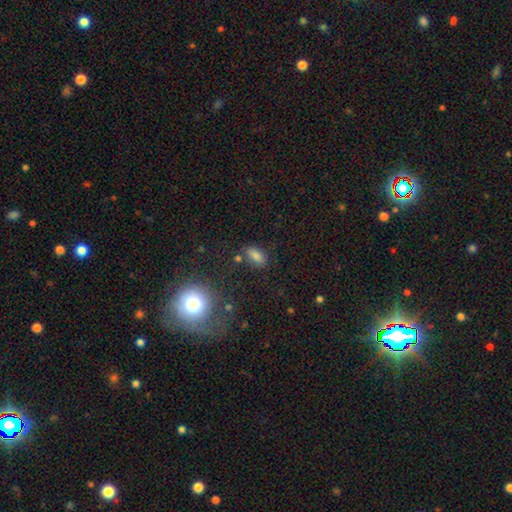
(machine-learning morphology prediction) This is likely a smooth galaxy (77%). How rounded: clearly in between (85%). Merging: likely none (77%).